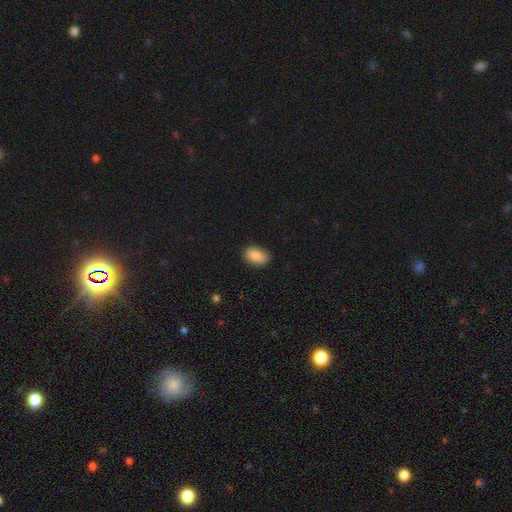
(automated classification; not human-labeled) This appears to be a smooth galaxy with no disk features (86%) that is in between round and cigar-shaped (86%). Merging: none (84%).